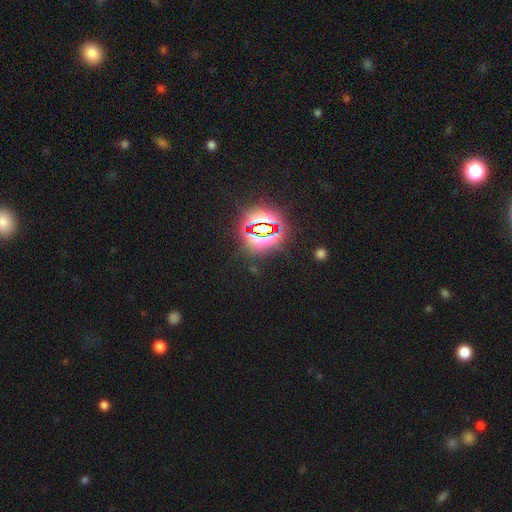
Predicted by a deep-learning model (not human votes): Overall: star or artifact (82%).